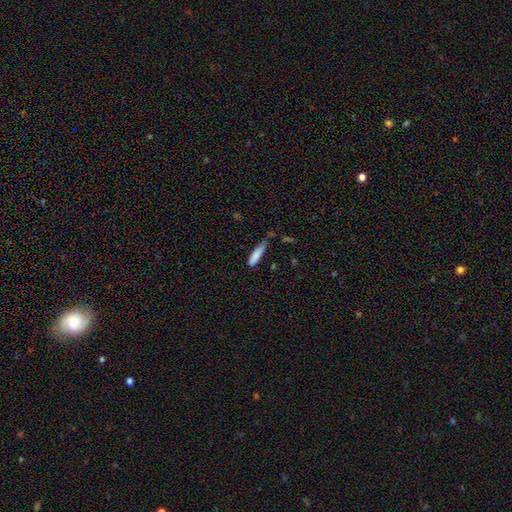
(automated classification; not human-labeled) Q: Smooth or featured?
A: smooth (82%); runner-up: featured or disk (10%)
Q: How rounded?
A: cigar-shaped (73%); runner-up: in between (25%)
Q: Merging?
A: none (46%); runner-up: minor disturbance (37%)